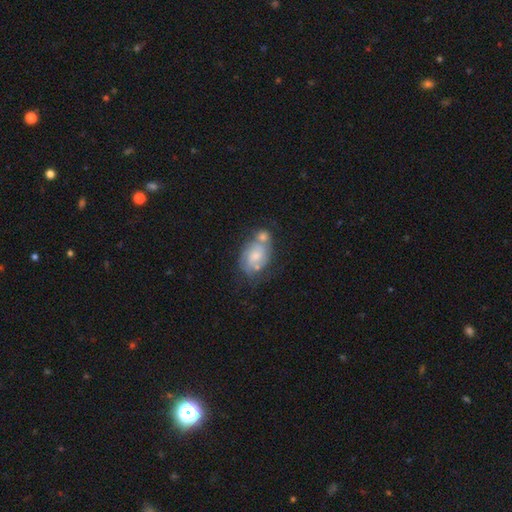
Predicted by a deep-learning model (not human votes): Smooth or featured?
  - featured or disk: 57% *
  - smooth: 36%
  - star or artifact: 7%
Edge-on disk?
  - no: 96% *
  - yes: 4%
Bar?
  - no: 64% *
  - weak: 31%
  - strong: 5%
Spiral arms?
  - yes: 73% *
  - no: 27%
Bulge size?
  - moderate: 43% *
  - small: 39%
  - none: 10%
  - large: 6%
  - dominant: 2%
Merging?
  - merger: 38% *
  - none: 34%
  - minor disturbance: 19%
  - major disturbance: 10%